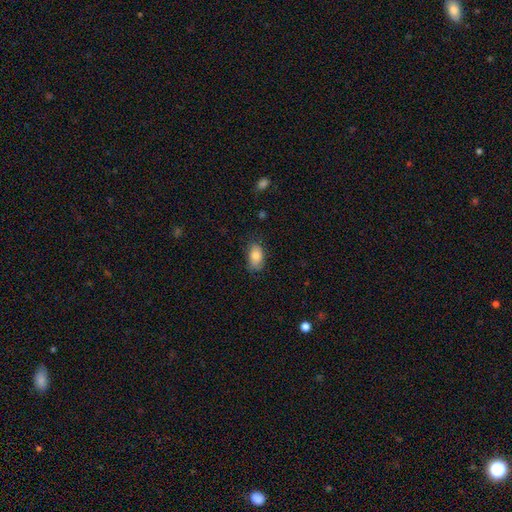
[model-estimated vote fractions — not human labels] Overall: smooth (82%). How rounded: in between (91%). Merging: none (75%).